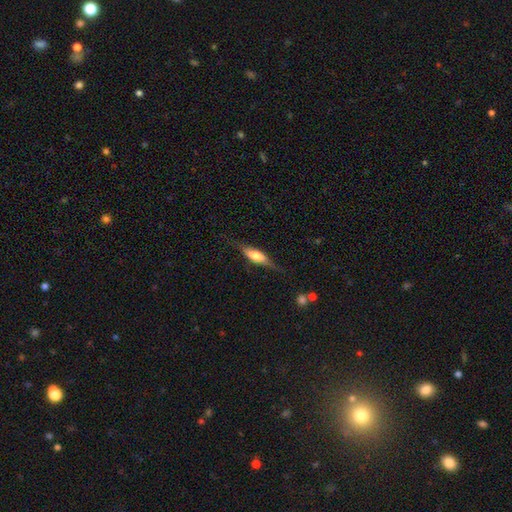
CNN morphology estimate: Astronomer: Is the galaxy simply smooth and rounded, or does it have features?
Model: featured or disk — 53% (runner-up: smooth, 41%).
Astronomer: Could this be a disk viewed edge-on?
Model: yes — 87%.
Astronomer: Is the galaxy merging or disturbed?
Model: none — 69%.